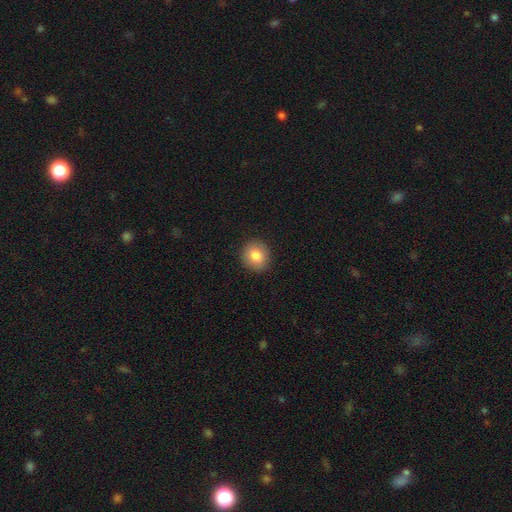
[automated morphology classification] This is clearly a smooth galaxy (83%). How rounded: likely round (77%). Merging: clearly none (89%).